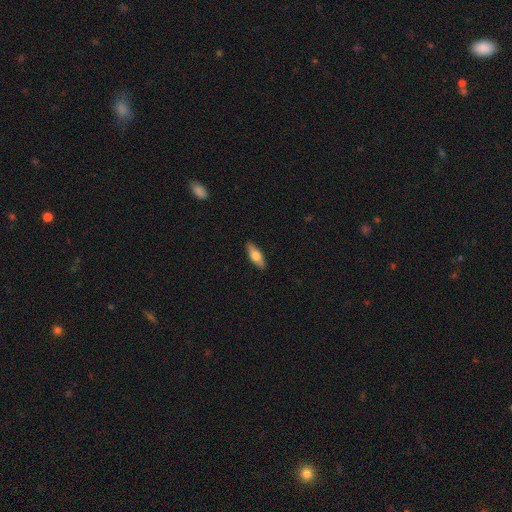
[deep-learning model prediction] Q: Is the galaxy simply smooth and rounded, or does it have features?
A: smooth — 61%.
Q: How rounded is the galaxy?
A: in between — 61%.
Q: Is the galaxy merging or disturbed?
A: none — 89%.